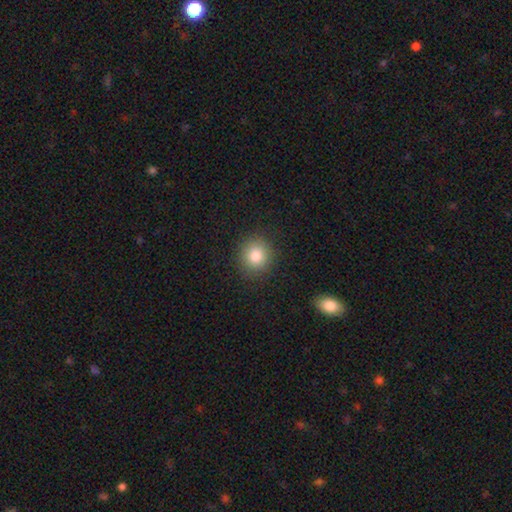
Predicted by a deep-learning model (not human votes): smooth 83%, star or artifact 11%, featured or disk 7%. Down the decision tree: how rounded — round (86%); merging — none (89%).